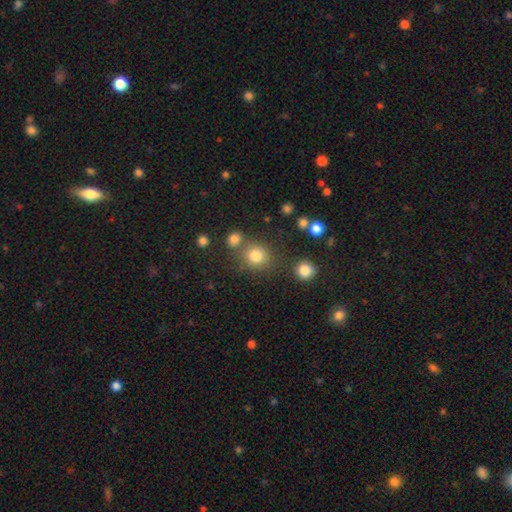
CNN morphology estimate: Smooth or featured? Predicted: smooth (p=0.80). How rounded? Predicted: round (p=0.86). Merging? Predicted: none (p=0.70).